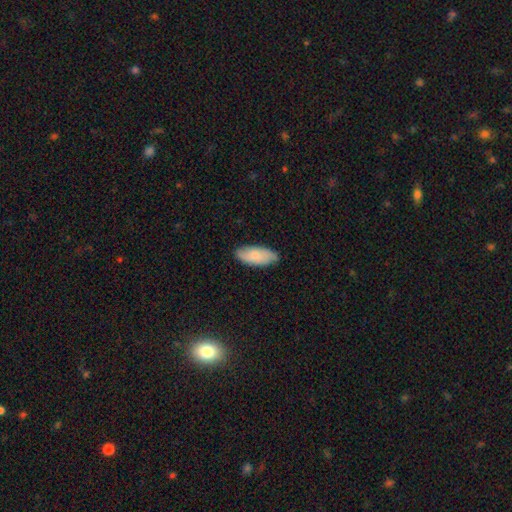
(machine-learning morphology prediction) This is likely a smooth galaxy (80%). How rounded: clearly in between (85%). Merging: likely none (79%).